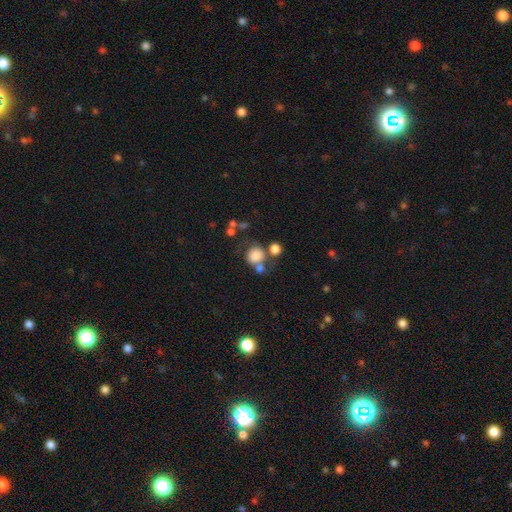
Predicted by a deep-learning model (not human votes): Smooth or featured? Predicted: smooth (p=0.77). How rounded? Predicted: round (p=0.83). Merging? Predicted: none (p=0.48).